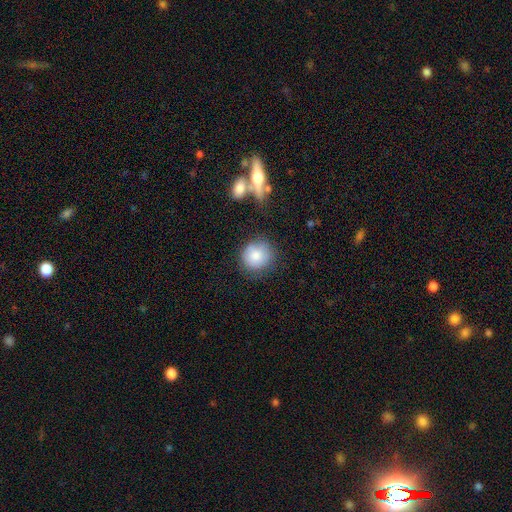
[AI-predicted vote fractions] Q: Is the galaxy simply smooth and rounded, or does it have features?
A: smooth — 81%.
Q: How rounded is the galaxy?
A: round — 88%.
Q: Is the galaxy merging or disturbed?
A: none — 72%.